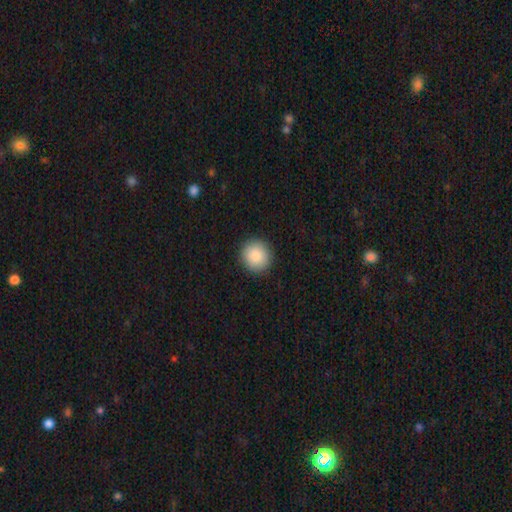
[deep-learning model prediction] Smooth or featured? Predicted: smooth (p=0.88). How rounded? Predicted: round (p=0.90). Merging? Predicted: none (p=0.92).